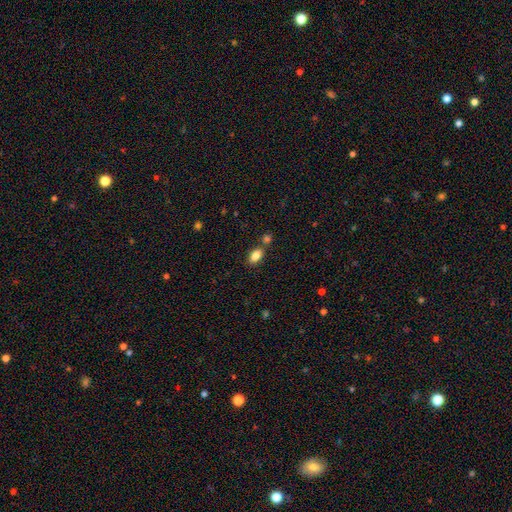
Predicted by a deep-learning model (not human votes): Morphology: type=smooth (84%); roundness=in between (89%); merging=none (69%).